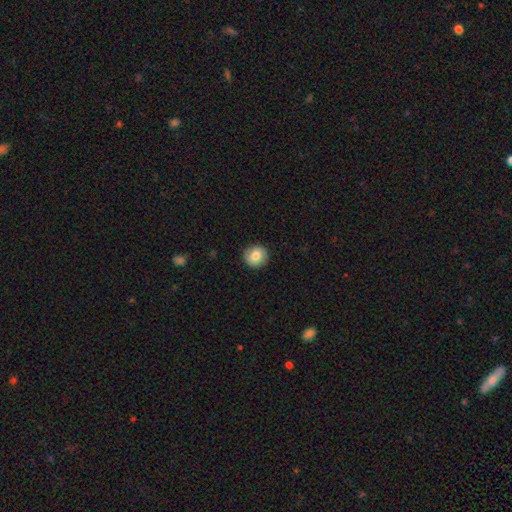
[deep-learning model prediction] Morphology: type=smooth (83%); roundness=round (91%); merging=none (90%).